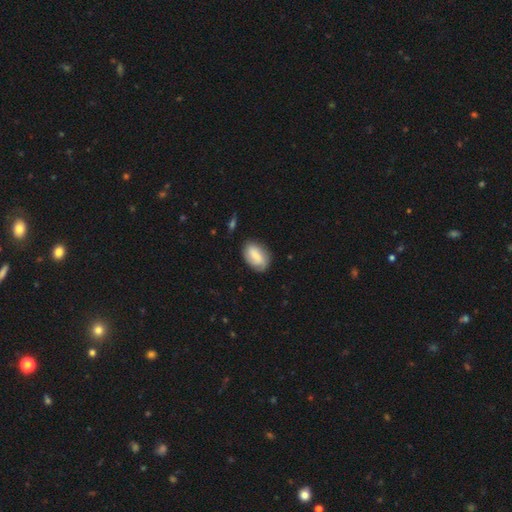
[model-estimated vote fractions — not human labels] Smooth or featured: smooth — 67% (featured or disk — 26%)
How rounded: in between — 89% (round — 8%)
Merging: none — 74% (minor disturbance — 20%)